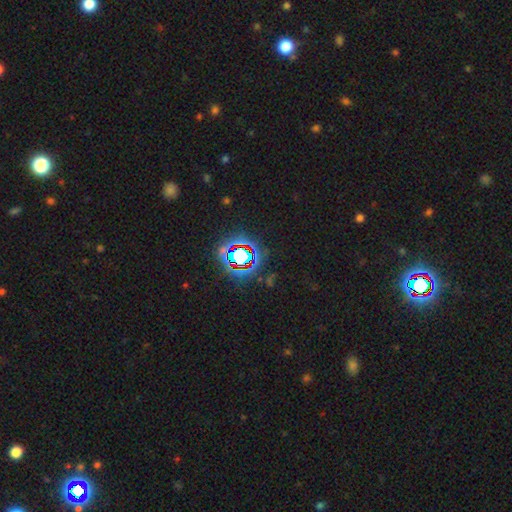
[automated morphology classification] star or artifact 79%, smooth 12%, featured or disk 9%.